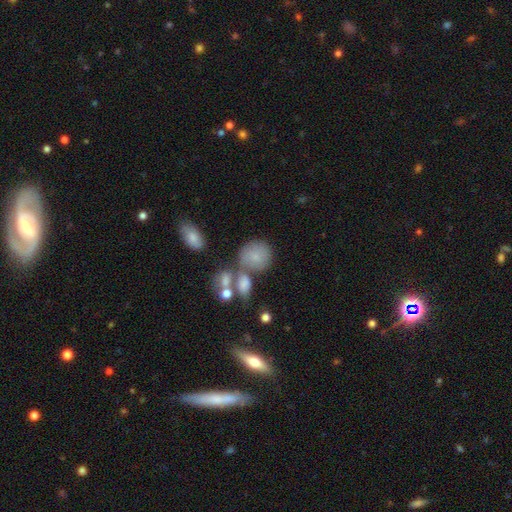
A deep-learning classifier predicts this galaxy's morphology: A smooth galaxy with no disk features (75%) that is round (79%). Merging: none (46%).